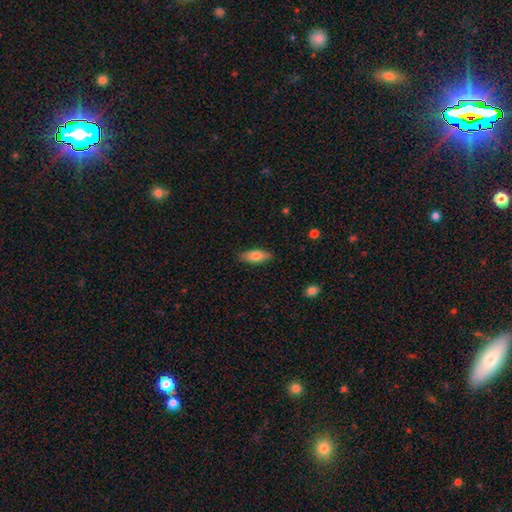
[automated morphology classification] Smooth or featured?
  - smooth: 75% *
  - featured or disk: 19%
  - star or artifact: 6%
How rounded?
  - in between: 67% *
  - cigar-shaped: 30%
  - round: 2%
Merging?
  - none: 86% *
  - minor disturbance: 11%
  - major disturbance: 2%
  - merger: 1%